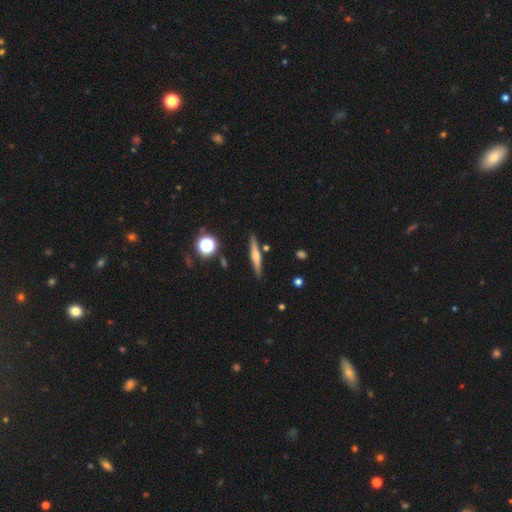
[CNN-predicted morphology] featured or disk 57%, smooth 35%, star or artifact 8%. Down the decision tree: edge-on disk — yes (96%); edge-on bulge — rounded (83%); merging — none (87%).